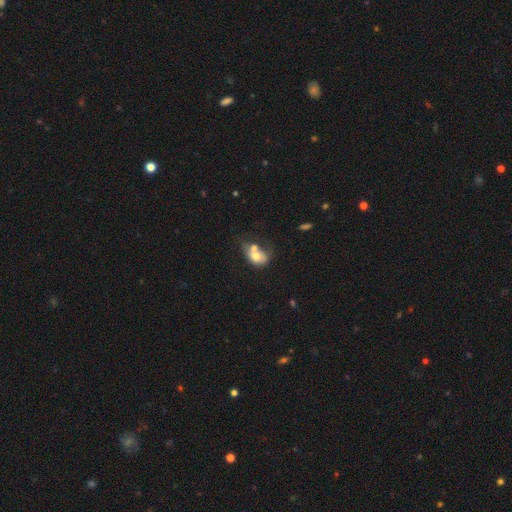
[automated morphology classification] The model was most divided on "how rounded": in between: 64%, round: 34%, cigar-shaped: 1%. More confident: smooth or featured — smooth (62%); merging — merger (56%).